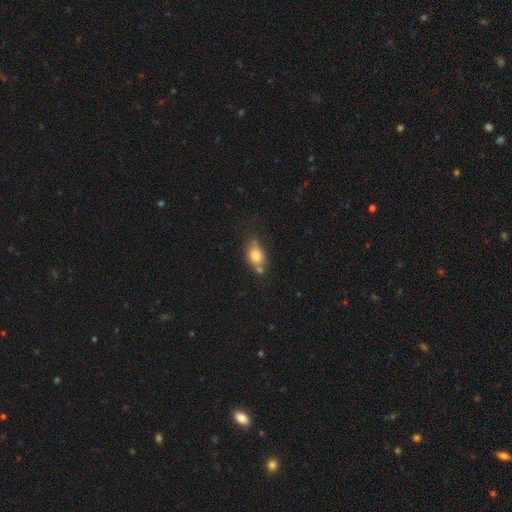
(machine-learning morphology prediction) Smooth or featured: smooth — 78% (featured or disk — 14%)
How rounded: in between — 75% (round — 21%)
Merging: none — 55% (minor disturbance — 21%)